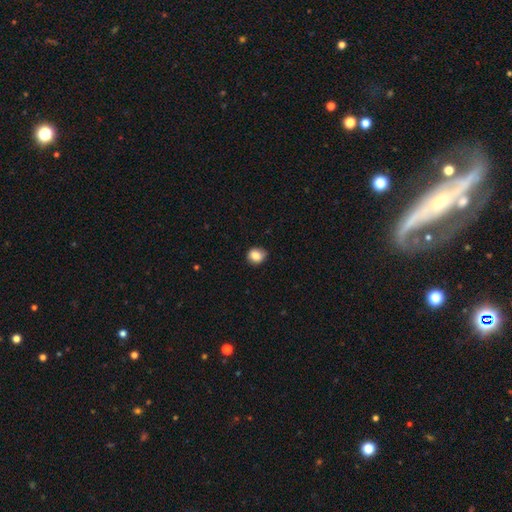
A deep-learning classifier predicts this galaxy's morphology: Smooth or featured? Predicted: smooth (p=0.83). How rounded? Predicted: round (p=0.72). Merging? Predicted: none (p=0.73).